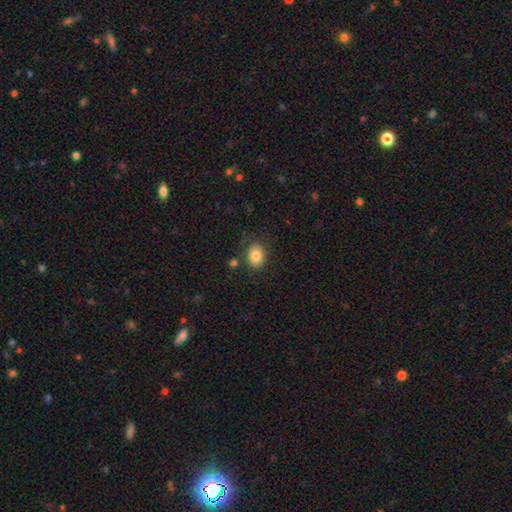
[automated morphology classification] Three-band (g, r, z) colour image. It shows a smooth galaxy with no disk features (84%) that is in between round and cigar-shaped (54%). Merging: none (80%).